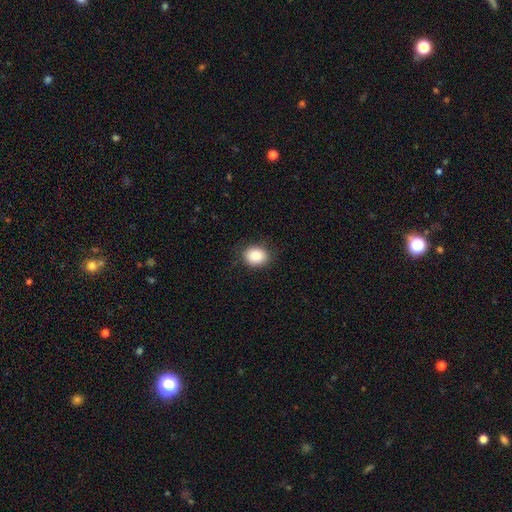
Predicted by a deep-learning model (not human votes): Q: Smooth or featured?
A: smooth (88%); runner-up: star or artifact (8%)
Q: How rounded?
A: round (52%); runner-up: in between (47%)
Q: Merging?
A: none (85%); runner-up: minor disturbance (11%)